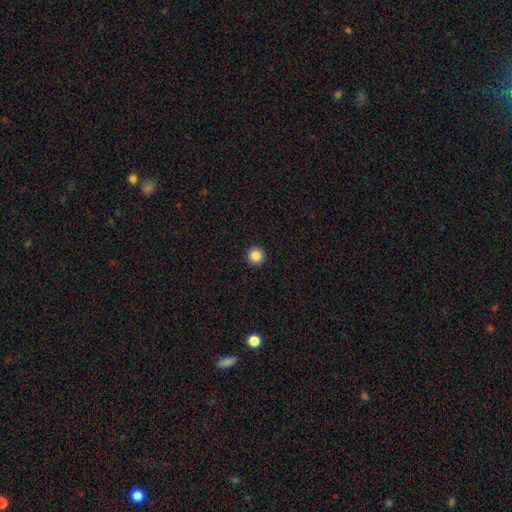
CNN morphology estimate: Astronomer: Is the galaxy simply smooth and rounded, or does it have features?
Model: smooth — 86%.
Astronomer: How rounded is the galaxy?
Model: round — 96%.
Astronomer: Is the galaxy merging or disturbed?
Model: none — 94%.